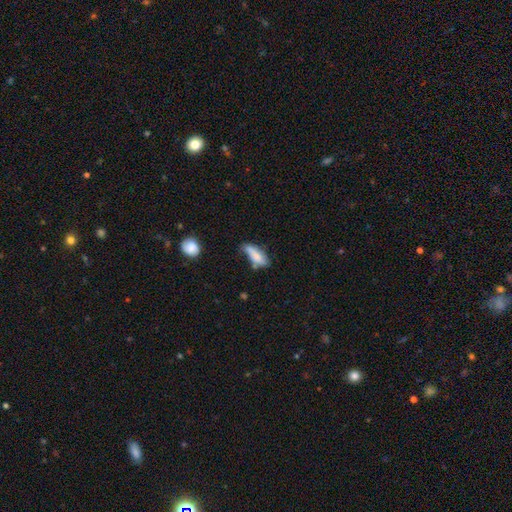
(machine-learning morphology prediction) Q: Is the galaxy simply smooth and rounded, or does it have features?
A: smooth — 72%.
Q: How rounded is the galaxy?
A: in between — 64%.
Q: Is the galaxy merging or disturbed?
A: none — 38%.